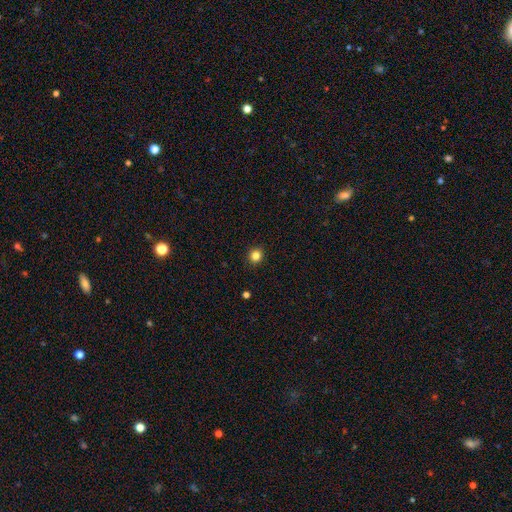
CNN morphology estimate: This is clearly a smooth galaxy (83%). How rounded: clearly round (88%). Merging: clearly none (92%).